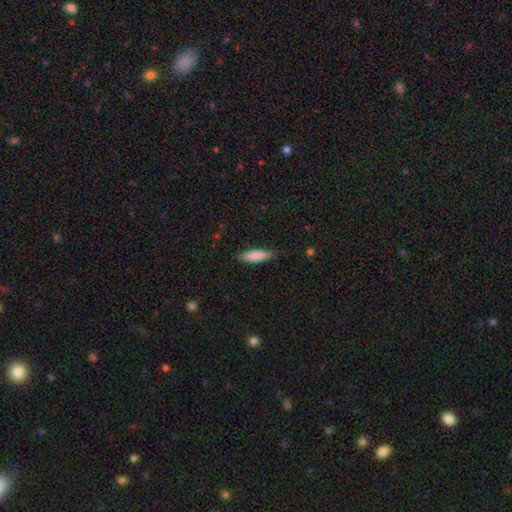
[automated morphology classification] The model was most divided on "how rounded": cigar-shaped: 64%, in between: 35%, round: 1%. More confident: smooth or featured — smooth (86%); merging — none (84%).